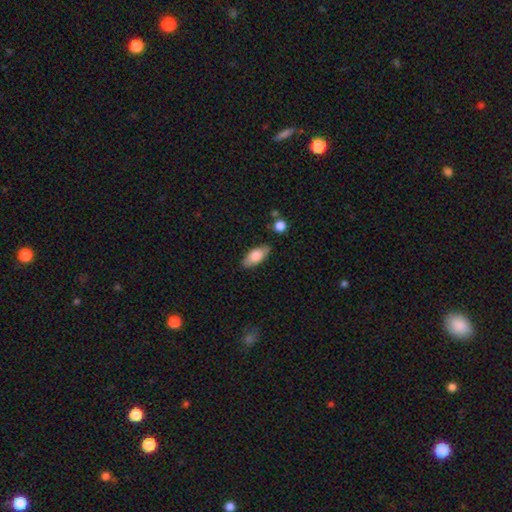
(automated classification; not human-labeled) Smooth or featured? Predicted: smooth (p=0.76). How rounded? Predicted: in between (p=0.84). Merging? Predicted: none (p=0.79).